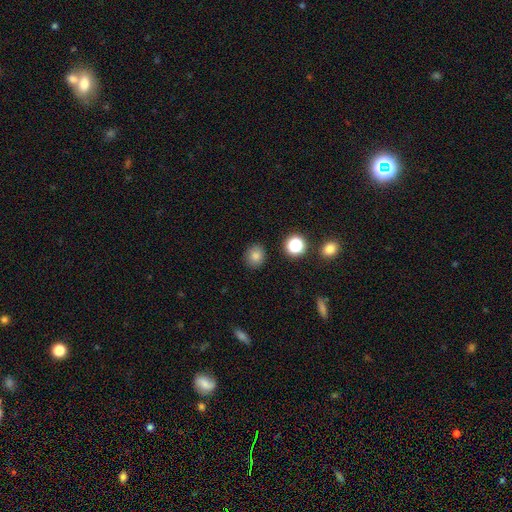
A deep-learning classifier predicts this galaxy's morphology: This appears to be a smooth galaxy with no disk features (81%) that is round (78%). Merging: none (88%).